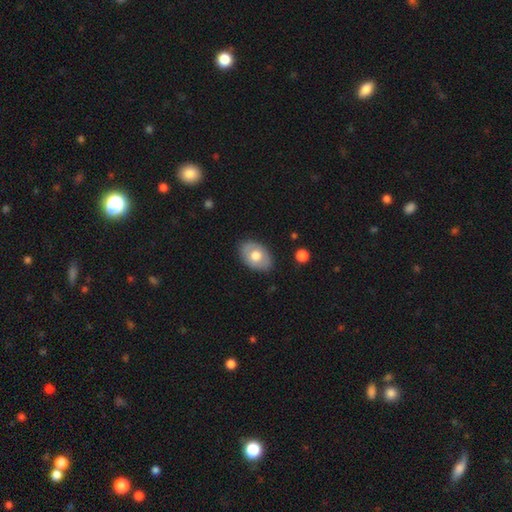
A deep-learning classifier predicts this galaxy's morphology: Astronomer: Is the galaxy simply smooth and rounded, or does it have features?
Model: smooth — 65%.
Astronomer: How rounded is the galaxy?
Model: in between — 85%.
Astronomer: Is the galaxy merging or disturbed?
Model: none — 83%.